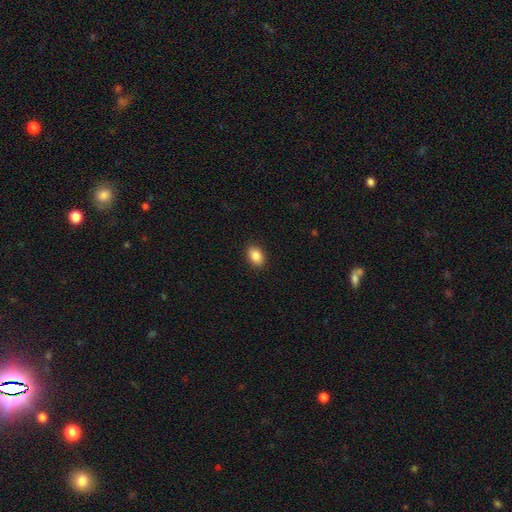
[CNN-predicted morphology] Overall: smooth (87%). How rounded: in between (83%). Merging: none (90%).